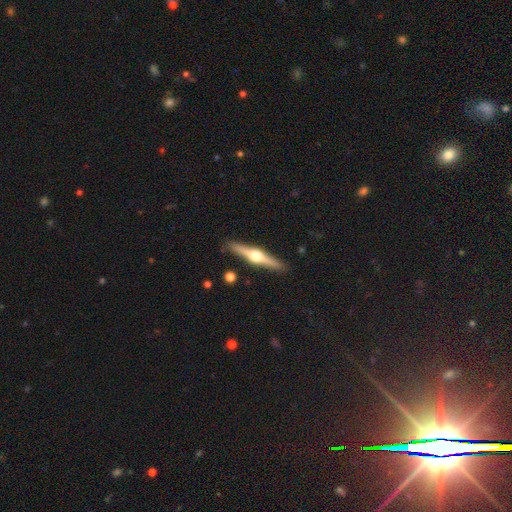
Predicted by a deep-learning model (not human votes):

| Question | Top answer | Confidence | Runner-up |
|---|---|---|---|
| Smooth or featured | featured or disk | 76% | smooth (19%) |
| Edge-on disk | yes | 98% | no (2%) |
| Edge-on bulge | rounded | 96% | boxy (3%) |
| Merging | none | 90% | minor disturbance (7%) |